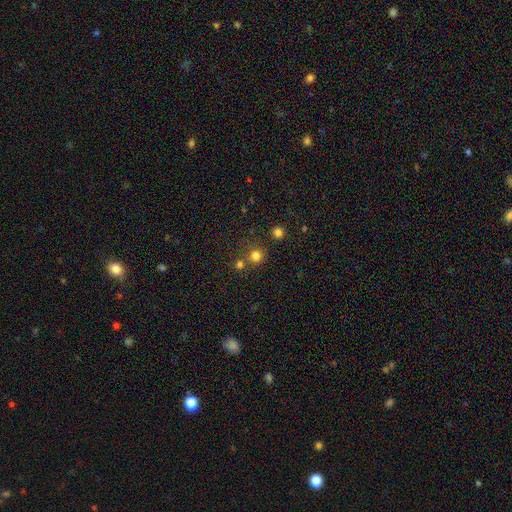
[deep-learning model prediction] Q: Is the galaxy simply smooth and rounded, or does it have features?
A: smooth — 76%.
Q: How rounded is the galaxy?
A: round — 89%.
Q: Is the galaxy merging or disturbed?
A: none — 67%.